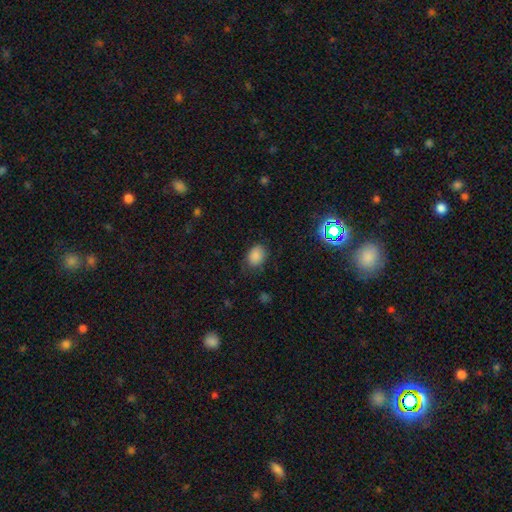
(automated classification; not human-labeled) A smooth galaxy with no disk features (84%) that is in between round and cigar-shaped (70%). Merging: none (74%).